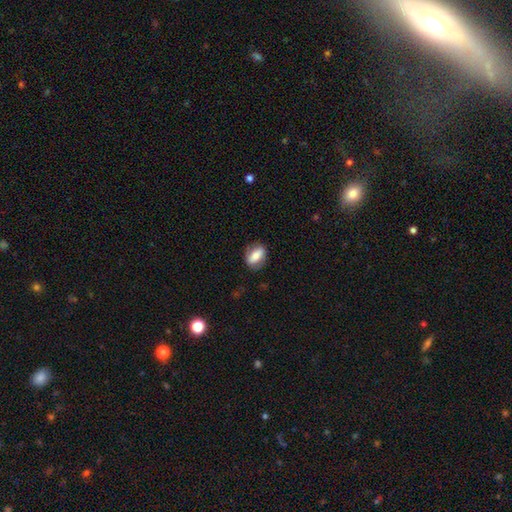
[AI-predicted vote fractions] Morphology: type=smooth (66%); roundness=in between (83%); merging=none (76%).